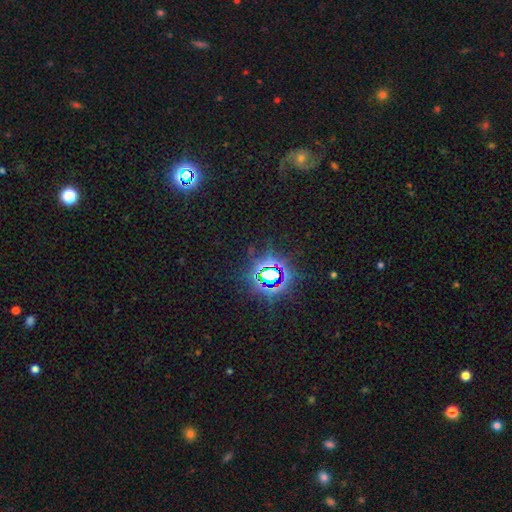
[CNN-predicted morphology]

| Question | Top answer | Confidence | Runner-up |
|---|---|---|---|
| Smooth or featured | star or artifact | 75% | smooth (18%) |